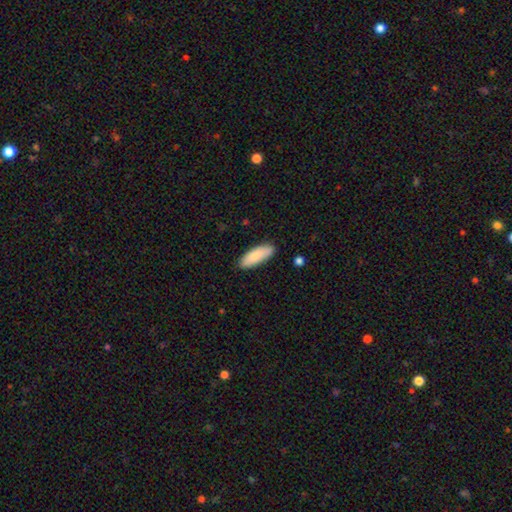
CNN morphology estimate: smooth-or-featured: smooth: 87% | featured or disk: 8% | star or artifact: 6%
  how-rounded: in between: 69% | cigar-shaped: 29% | round: 2%
  merging: none: 85% | minor disturbance: 11% | major disturbance: 2% | merger: 1%